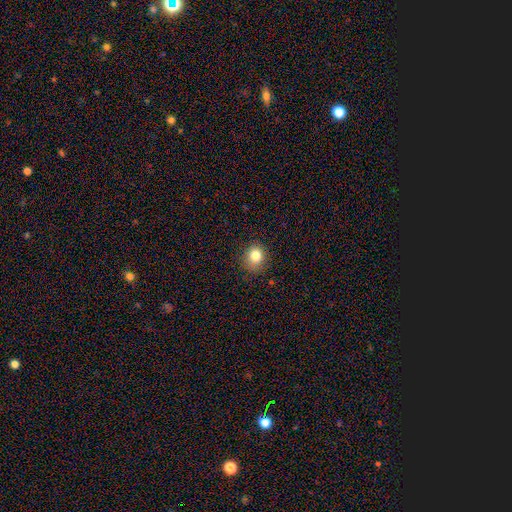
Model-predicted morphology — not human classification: A smooth galaxy with no disk features (82%) that is round (71%).

Vote fractions:
- Smooth or featured? smooth: 82% / star or artifact: 11% / featured or disk: 7%
- How rounded? round: 71% / in between: 28% / cigar-shaped: 1%
- Merging? none: 83% / minor disturbance: 13% / major disturbance: 3% / merger: 1%